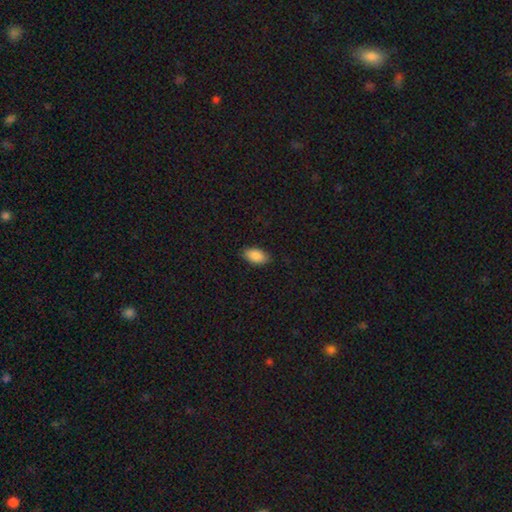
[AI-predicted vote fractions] smooth-or-featured: smooth: 89% | star or artifact: 7% | featured or disk: 5%
  how-rounded: in between: 94% | round: 3% | cigar-shaped: 3%
  merging: none: 88% | minor disturbance: 9% | major disturbance: 2% | merger: 1%